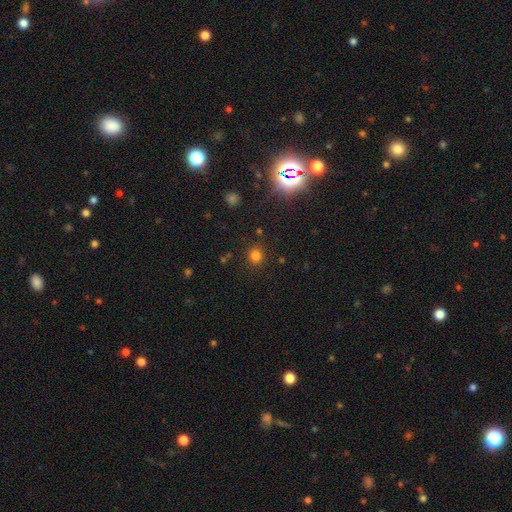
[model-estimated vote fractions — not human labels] This appears to be a smooth galaxy with no disk features (78%) that is round (84%). Merging: none (86%).